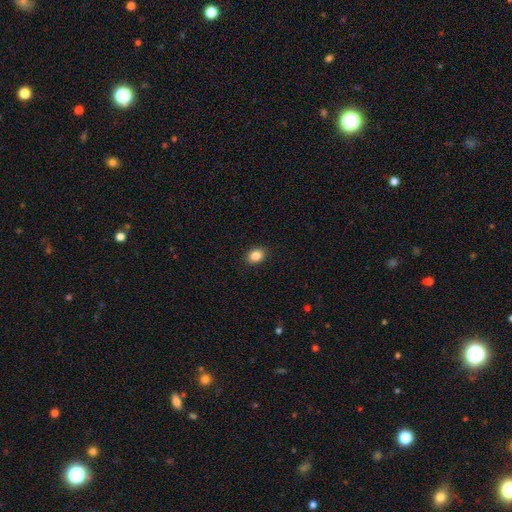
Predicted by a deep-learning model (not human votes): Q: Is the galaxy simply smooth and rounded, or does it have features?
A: smooth — 86%.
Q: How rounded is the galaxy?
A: in between — 60%.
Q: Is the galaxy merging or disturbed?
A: none — 89%.